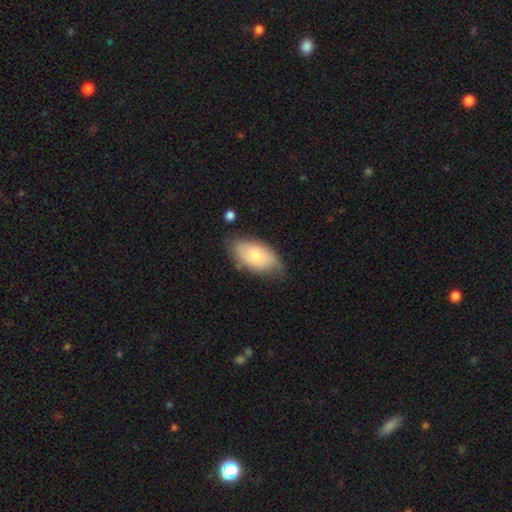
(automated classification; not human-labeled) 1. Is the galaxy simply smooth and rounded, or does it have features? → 69% smooth, 25% featured or disk, 6% star or artifact.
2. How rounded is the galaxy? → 94% in between, 4% round, 2% cigar-shaped.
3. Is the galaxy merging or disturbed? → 62% none, 29% minor disturbance, 7% major disturbance, 2% merger.